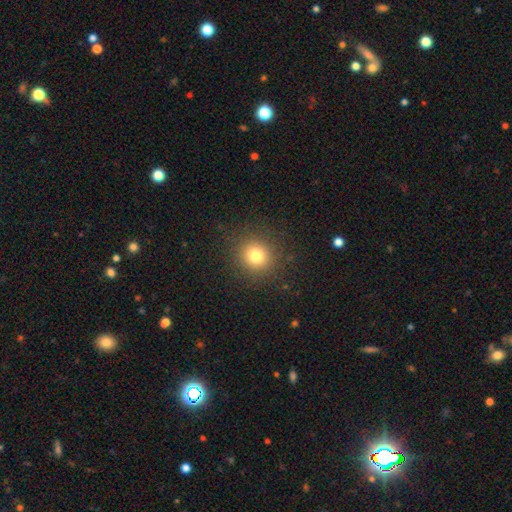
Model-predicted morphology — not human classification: Smooth or featured? Predicted: smooth (p=0.78). How rounded? Predicted: round (p=0.91). Merging? Predicted: none (p=0.89).